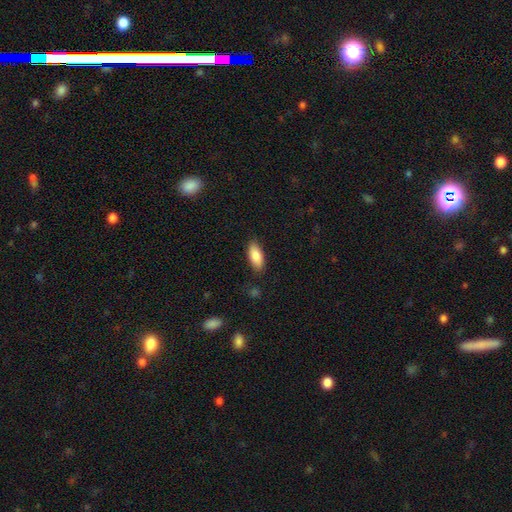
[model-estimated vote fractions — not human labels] Morphology: type=smooth (84%); roundness=in between (83%); merging=none (84%).